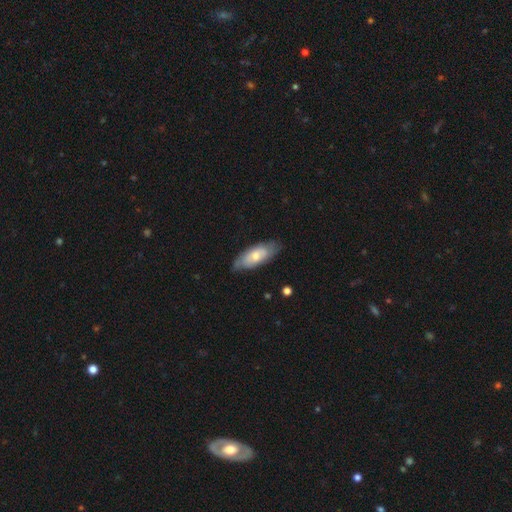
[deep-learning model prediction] Smooth or featured? Predicted: smooth (p=0.56). How rounded? Predicted: in between (p=0.77). Merging? Predicted: none (p=0.70).